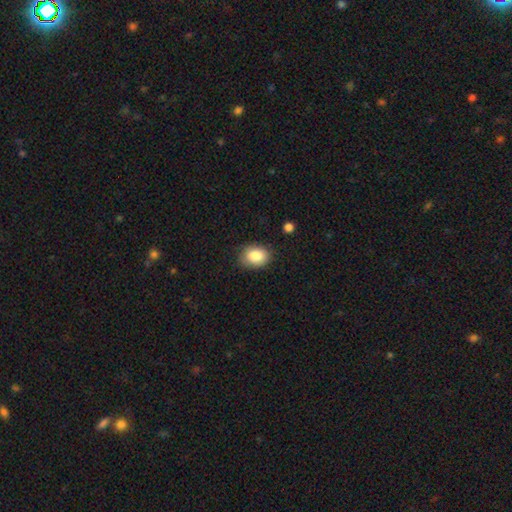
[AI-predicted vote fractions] smooth_or_featured: smooth (p=0.87) [alt: star or artifact p=0.08]
how_rounded: in between (p=0.69) [alt: round p=0.30]
merging: none (p=0.79) [alt: minor disturbance p=0.16]